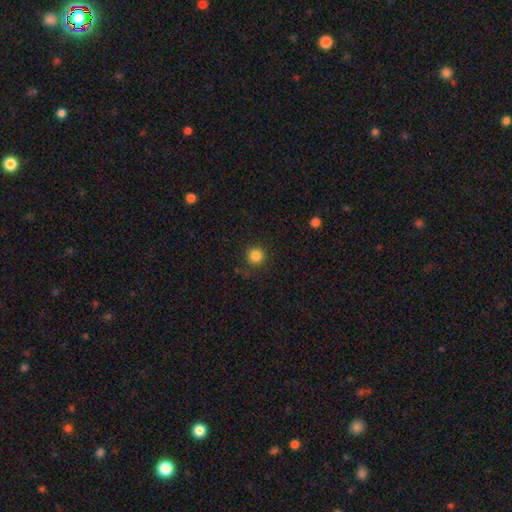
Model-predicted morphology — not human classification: smooth_or_featured: smooth (p=0.85) [alt: star or artifact p=0.12]
how_rounded: round (p=0.95) [alt: in between p=0.04]
merging: none (p=0.89) [alt: minor disturbance p=0.07]